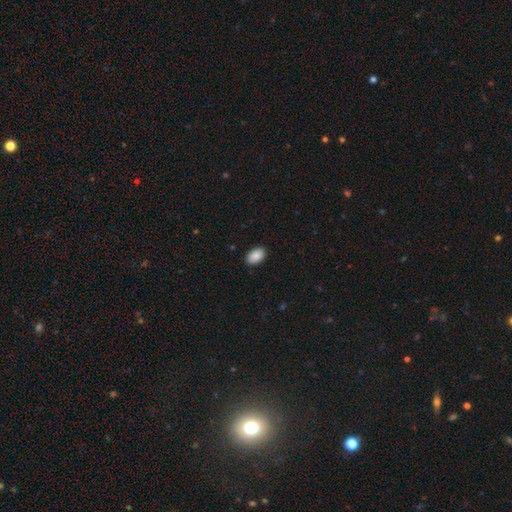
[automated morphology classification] smooth_or_featured: smooth (p=0.89) [alt: star or artifact p=0.07]
how_rounded: in between (p=0.93) [alt: round p=0.06]
merging: none (p=0.89) [alt: minor disturbance p=0.08]